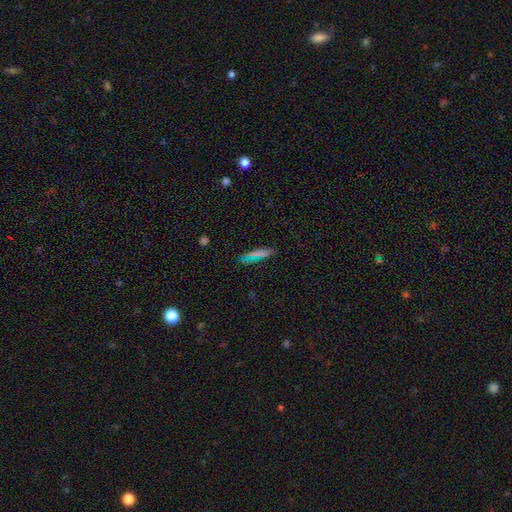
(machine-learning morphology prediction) smooth 76%, featured or disk 13%, star or artifact 10%. Down the decision tree: how rounded — cigar-shaped (85%); merging — none (83%).